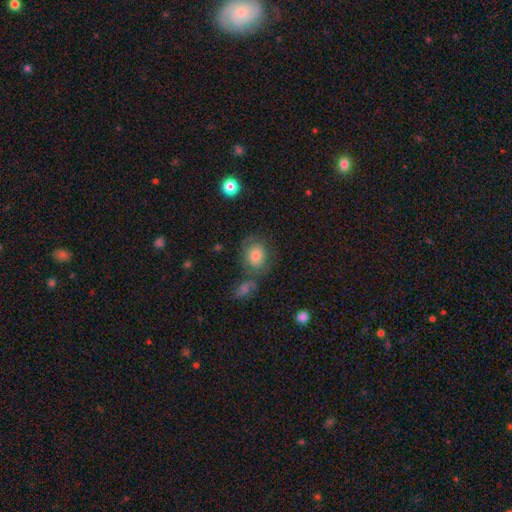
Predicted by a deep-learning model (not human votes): Smooth or featured: smooth — 69% (featured or disk — 21%)
How rounded: round — 60% (in between — 39%)
Merging: none — 56% (minor disturbance — 20%)